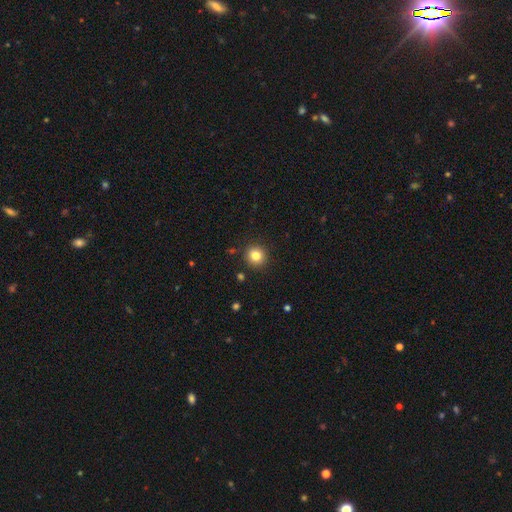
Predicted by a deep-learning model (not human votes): smooth 82%, star or artifact 12%, featured or disk 7%. Down the decision tree: how rounded — round (93%); merging — none (91%).